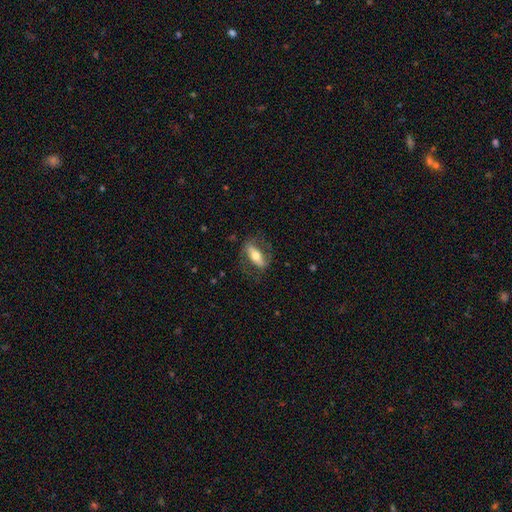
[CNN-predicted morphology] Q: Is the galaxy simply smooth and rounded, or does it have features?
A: featured or disk — 55%.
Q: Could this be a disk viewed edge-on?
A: no — 77%.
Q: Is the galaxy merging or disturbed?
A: none — 67%.